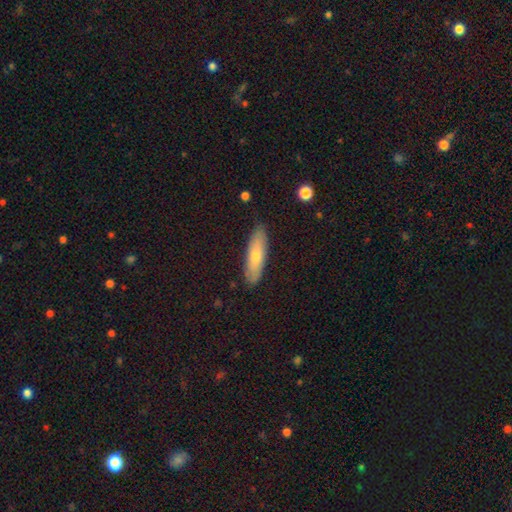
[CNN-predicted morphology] type=smooth (67%); roundness=cigar-shaped (56%); merging=none (85%).